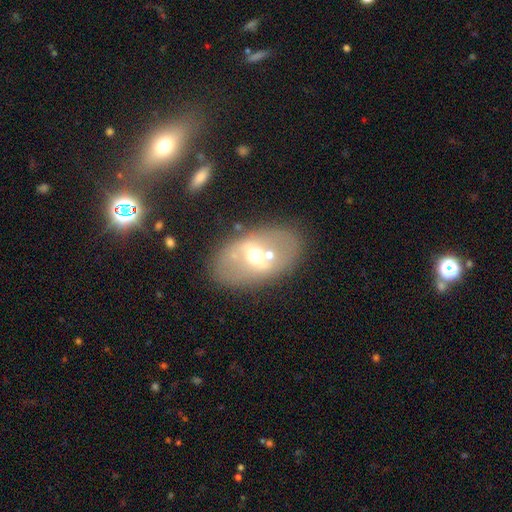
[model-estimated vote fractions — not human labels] Overall: featured or disk (58%; smooth 33%). Edge-on disk: no (87%). Merging: none (74%).